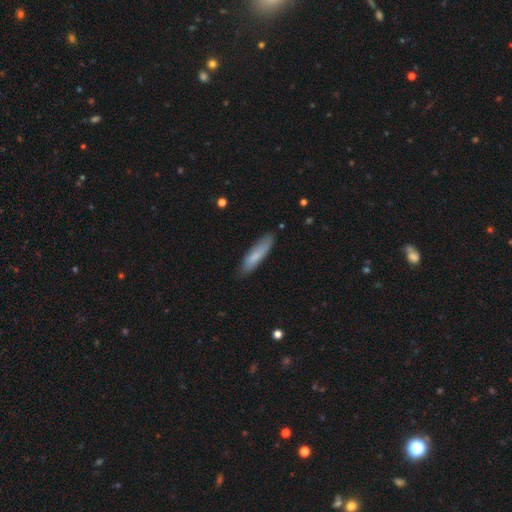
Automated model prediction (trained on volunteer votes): Q: Smooth or featured?
A: smooth (74%); runner-up: featured or disk (20%)
Q: How rounded?
A: cigar-shaped (72%); runner-up: in between (27%)
Q: Merging?
A: none (80%); runner-up: minor disturbance (16%)